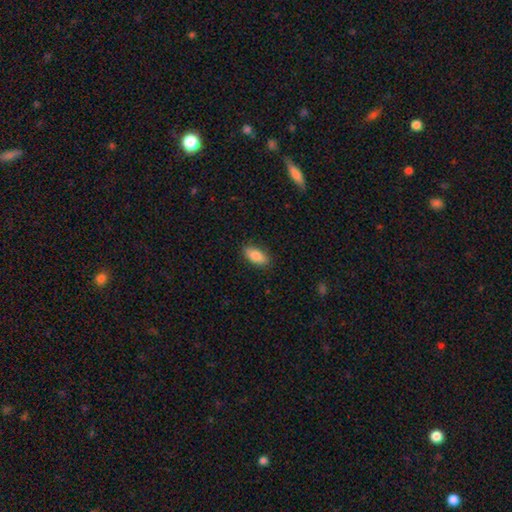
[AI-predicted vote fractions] This appears to be a smooth galaxy with no disk features (84%) that is in between round and cigar-shaped (91%). Merging: none (87%).